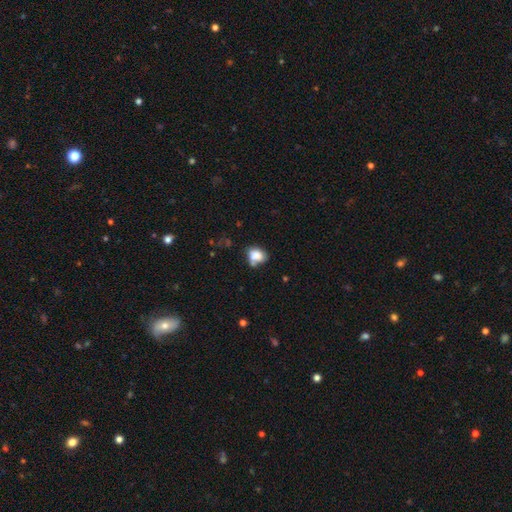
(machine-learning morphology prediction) Smooth or featured? Predicted: smooth (p=0.78). How rounded? Predicted: in between (p=0.65). Merging? Predicted: none (p=0.38).